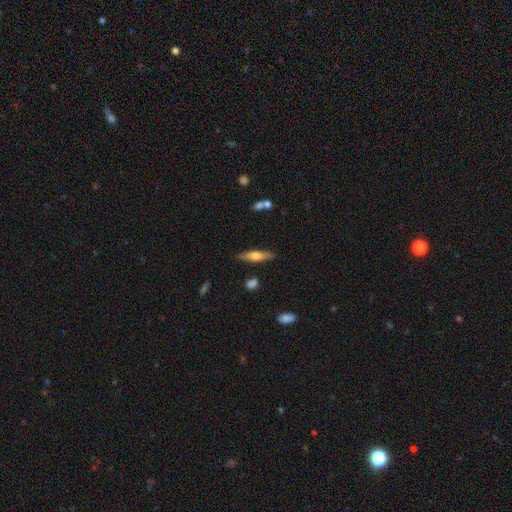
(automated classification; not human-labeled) The model was most divided on "smooth or featured" (2-way tie): featured or disk: 47%, smooth: 47%, star or artifact: 7%. More confident: merging — none (85%).